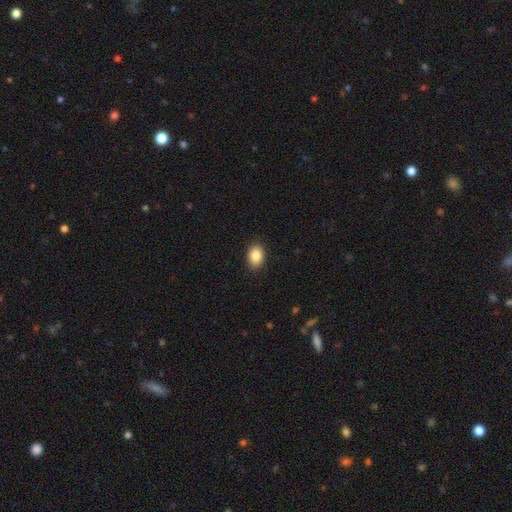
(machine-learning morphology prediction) type=smooth (86%); roundness=in between (78%); merging=none (89%).